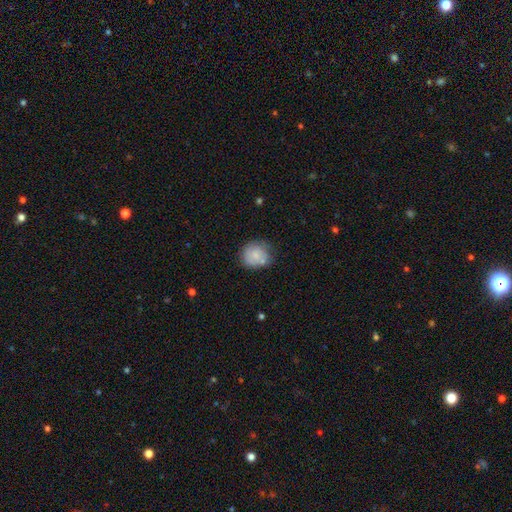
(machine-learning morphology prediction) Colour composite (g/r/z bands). It shows a smooth galaxy with no disk features (73%) that is round (77%). Merging: none (57%).